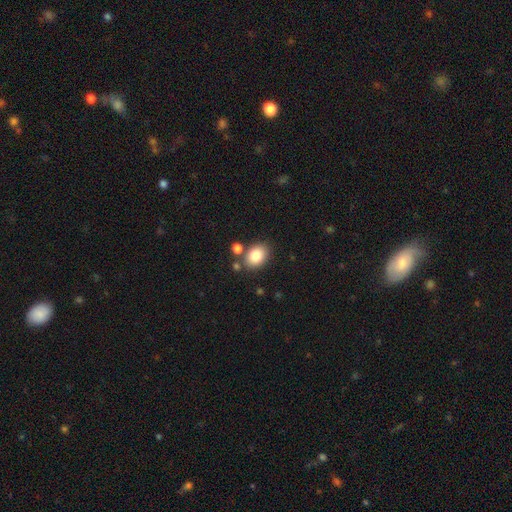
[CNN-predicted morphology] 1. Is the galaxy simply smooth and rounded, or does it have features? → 83% smooth, 9% star or artifact, 8% featured or disk.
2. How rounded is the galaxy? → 68% in between, 31% round, 1% cigar-shaped.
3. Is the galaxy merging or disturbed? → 75% none, 12% minor disturbance, 11% merger, 3% major disturbance.